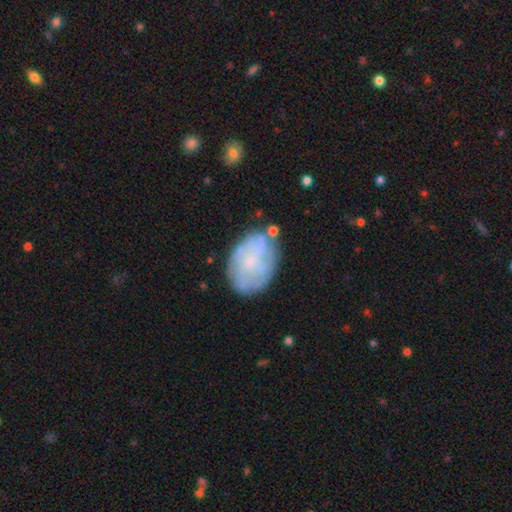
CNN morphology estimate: Smooth or featured?
  - featured or disk: 52% *
  - smooth: 38%
  - star or artifact: 10%
Edge-on disk?
  - no: 96% *
  - yes: 4%
Merging?
  - none: 71% *
  - minor disturbance: 19%
  - major disturbance: 6%
  - merger: 3%